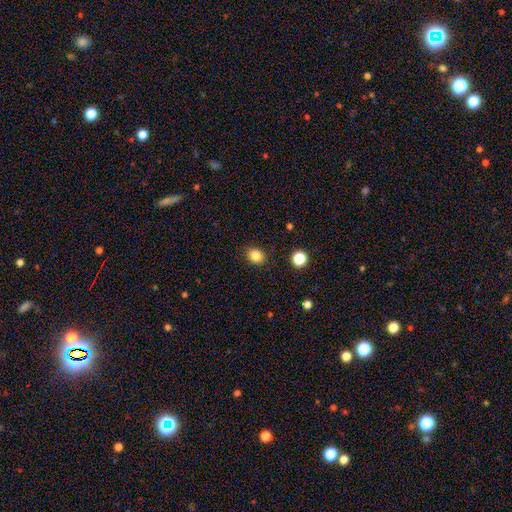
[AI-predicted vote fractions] Overall: smooth (85%). How rounded: round (56%; in between 43%). Merging: none (87%).